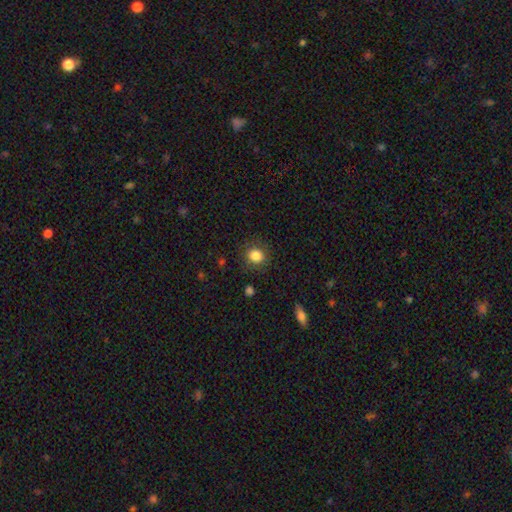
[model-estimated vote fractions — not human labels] smooth 84%, star or artifact 10%, featured or disk 6%. Down the decision tree: how rounded — round (79%); merging — none (85%).